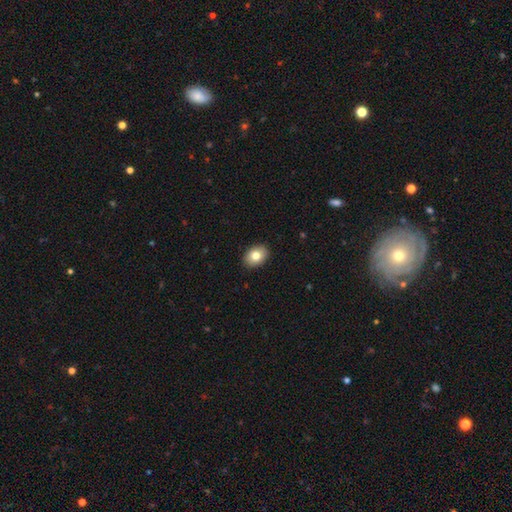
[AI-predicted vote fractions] smooth-or-featured: smooth: 80% | featured or disk: 12% | star or artifact: 8%
  how-rounded: in between: 77% | round: 22% | cigar-shaped: 1%
  merging: none: 91% | minor disturbance: 7% | major disturbance: 2% | merger: 1%